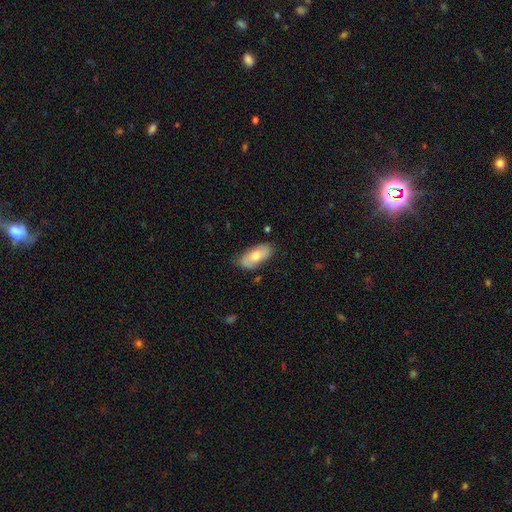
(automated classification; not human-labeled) Smooth or featured: smooth — 65% (featured or disk — 28%)
How rounded: in between — 89% (cigar-shaped — 8%)
Merging: none — 77% (minor disturbance — 19%)